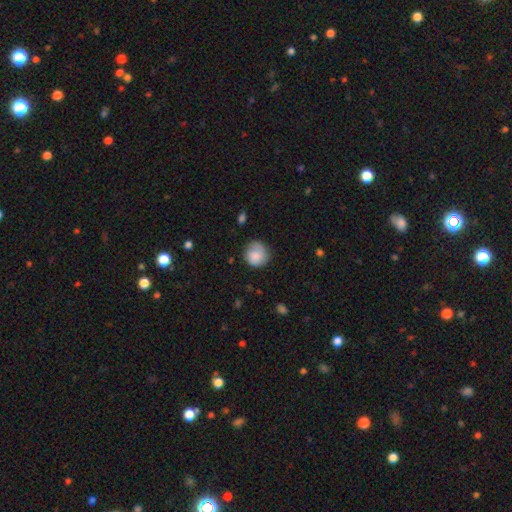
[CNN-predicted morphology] This appears to be a smooth galaxy with no disk features (79%) that is round (87%). Merging: none (68%).